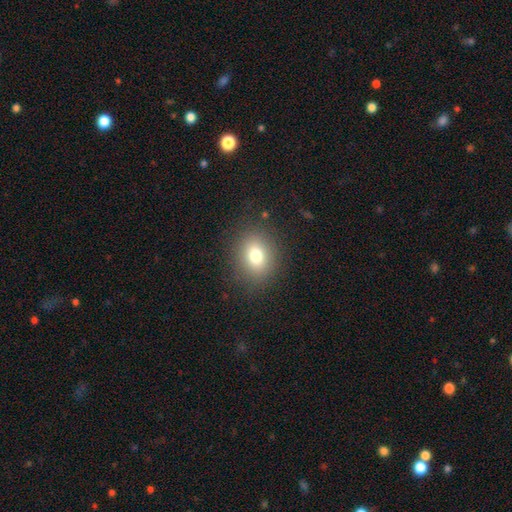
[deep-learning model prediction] Overall: smooth (75%). How rounded: round (57%; in between 42%). Merging: none (86%).